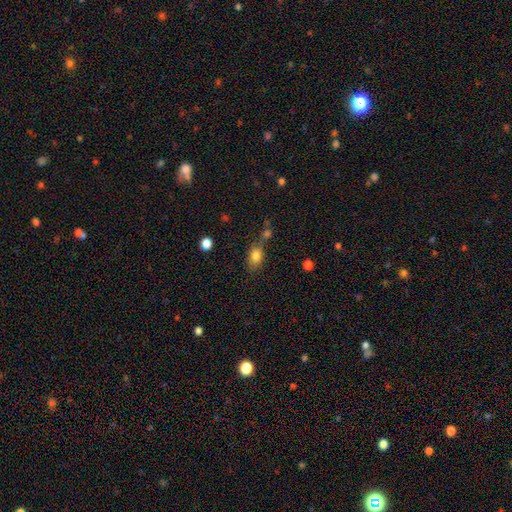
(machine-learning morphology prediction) Smooth or featured: smooth — 80% (star or artifact — 10%)
How rounded: in between — 79% (round — 18%)
Merging: none — 57% (merger — 20%)